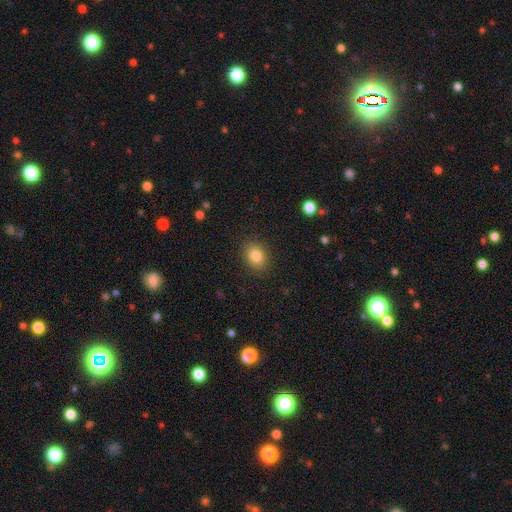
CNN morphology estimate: Smooth or featured? Predicted: smooth (p=0.84). How rounded? Predicted: in between (p=0.51). Merging? Predicted: none (p=0.88).